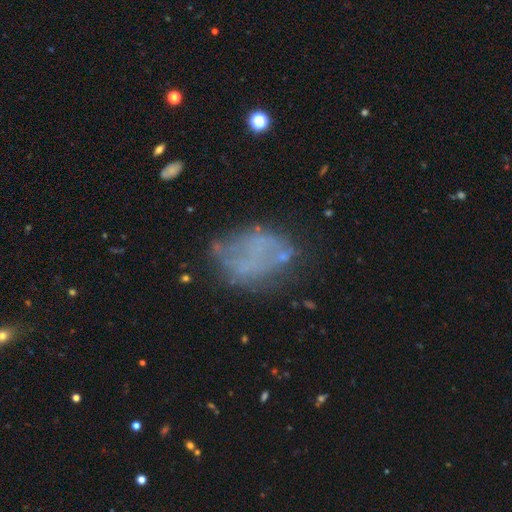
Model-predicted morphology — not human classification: The model was most divided on "smooth or featured": featured or disk: 44%, smooth: 40%, star or artifact: 16%. More confident: merging — none (54%).